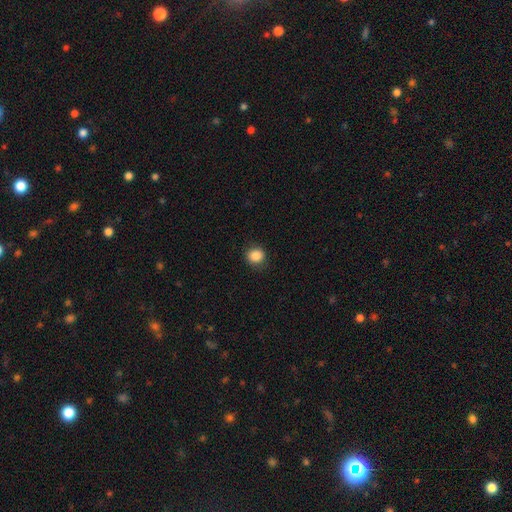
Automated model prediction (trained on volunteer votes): Smooth or featured? Predicted: smooth (p=0.87). How rounded? Predicted: round (p=0.86). Merging? Predicted: none (p=0.89).